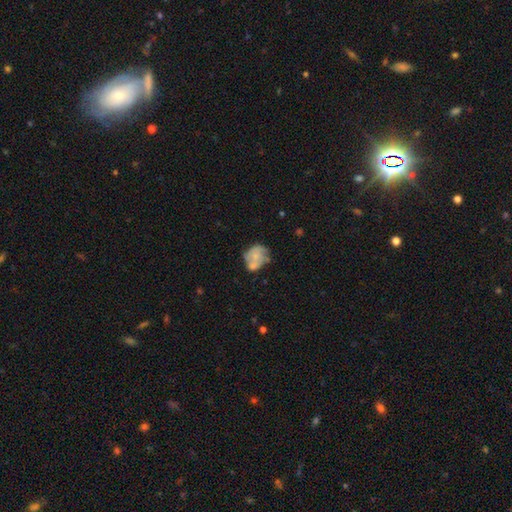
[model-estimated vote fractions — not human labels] A smooth galaxy with no disk features (48%).

Vote fractions:
- Smooth or featured? smooth: 48% / featured or disk: 45% / star or artifact: 8%
- Merging? none: 37% / merger: 25% / minor disturbance: 24% / major disturbance: 14%